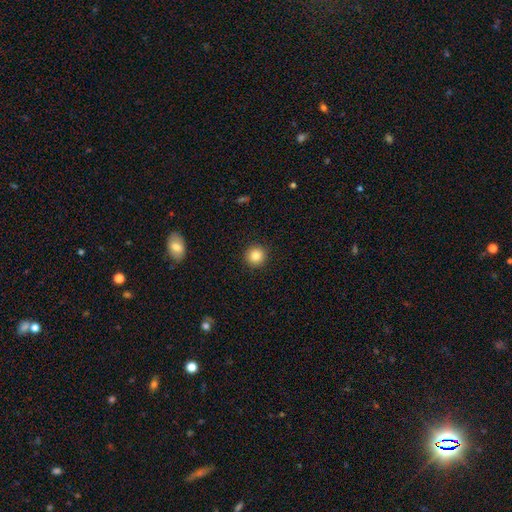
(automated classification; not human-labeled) smooth-or-featured: smooth: 85% | star or artifact: 10% | featured or disk: 5%
  how-rounded: round: 95% | in between: 4% | cigar-shaped: 1%
  merging: none: 92% | minor disturbance: 5% | major disturbance: 2% | merger: 1%